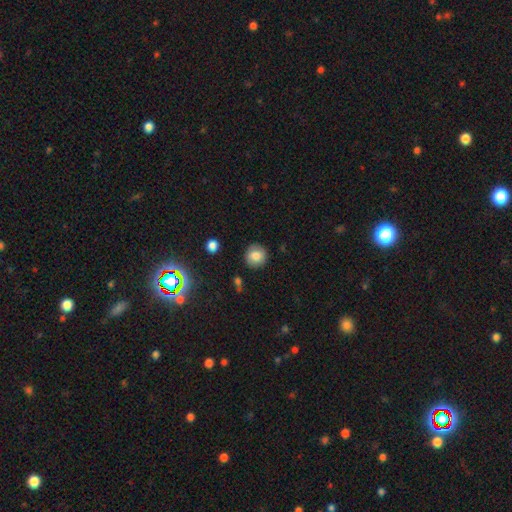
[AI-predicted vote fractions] Smooth or featured? smooth (79%)
How rounded? round (90%)
Merging? none (87%)